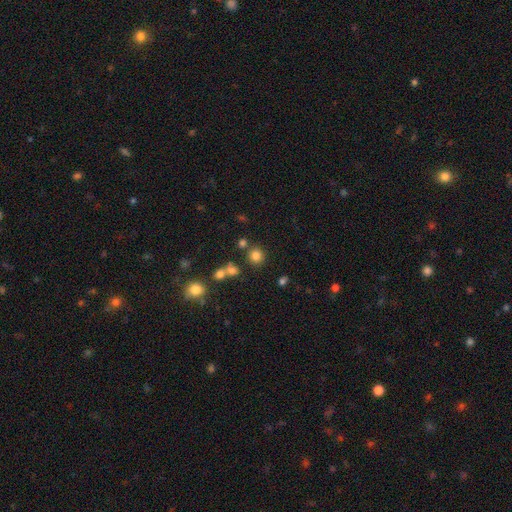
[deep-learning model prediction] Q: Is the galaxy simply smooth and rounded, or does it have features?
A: smooth — 78%.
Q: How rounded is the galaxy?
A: round — 90%.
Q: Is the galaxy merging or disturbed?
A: none — 77%.